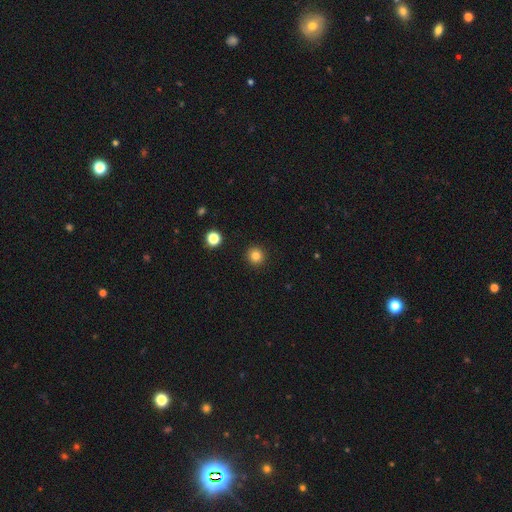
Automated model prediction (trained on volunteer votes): A smooth galaxy with no disk features (83%) that is round (94%).

Vote fractions:
- Smooth or featured? smooth: 83% / star or artifact: 12% / featured or disk: 5%
- How rounded? round: 94% / in between: 5% / cigar-shaped: 1%
- Merging? none: 93% / minor disturbance: 5% / major disturbance: 2% / merger: 1%